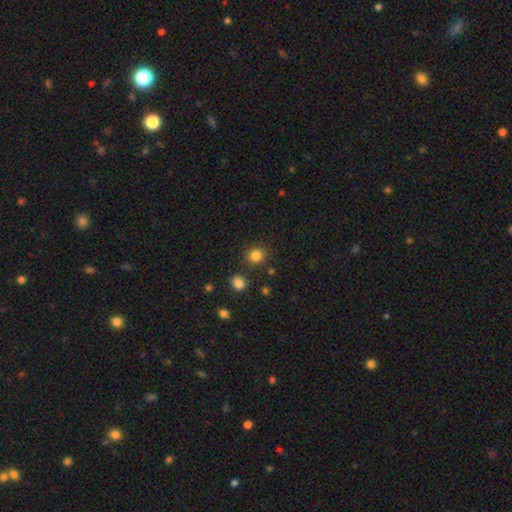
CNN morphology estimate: Q: Smooth or featured?
A: smooth (84%); runner-up: star or artifact (12%)
Q: How rounded?
A: round (86%); runner-up: in between (13%)
Q: Merging?
A: none (86%); runner-up: minor disturbance (7%)